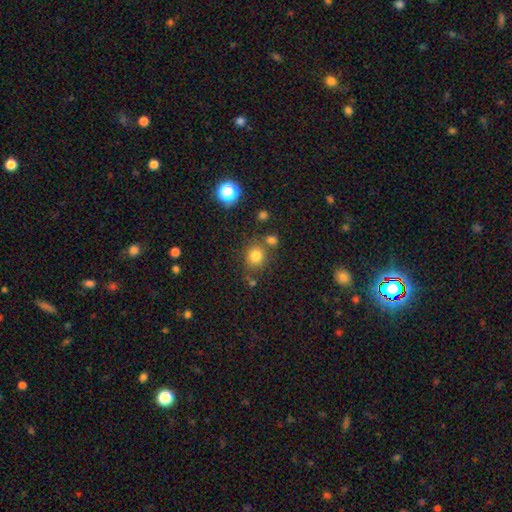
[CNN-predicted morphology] Smooth or featured? Predicted: smooth (p=0.78). How rounded? Predicted: round (p=0.82). Merging? Predicted: none (p=0.71).